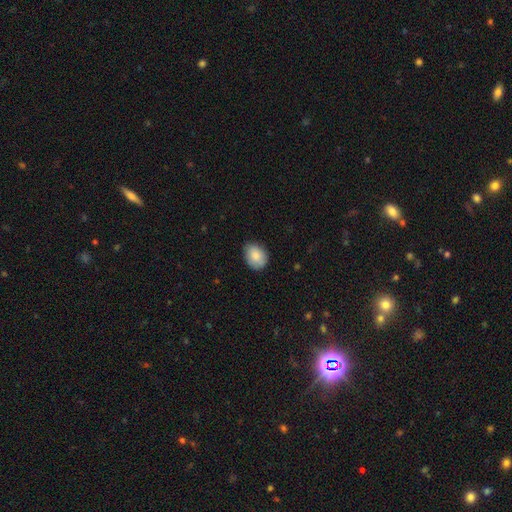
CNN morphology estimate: Smooth or featured? Predicted: smooth (p=0.86). How rounded? Predicted: in between (p=0.67). Merging? Predicted: none (p=0.81).